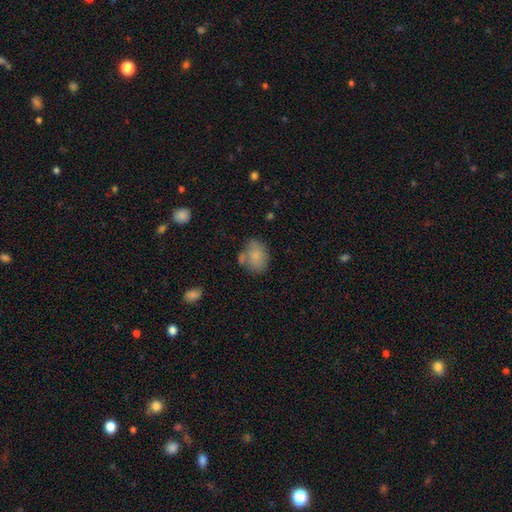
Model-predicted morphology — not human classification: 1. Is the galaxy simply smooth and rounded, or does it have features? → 80% smooth, 12% featured or disk, 8% star or artifact.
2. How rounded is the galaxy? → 70% in between, 28% round, 1% cigar-shaped.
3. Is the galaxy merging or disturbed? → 55% none, 21% minor disturbance, 17% merger, 7% major disturbance.